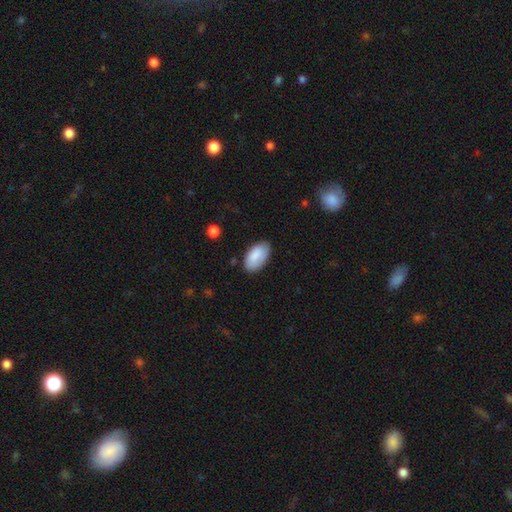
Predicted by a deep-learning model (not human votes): Smooth or featured? smooth (86%)
How rounded? in between (95%)
Merging? none (77%)